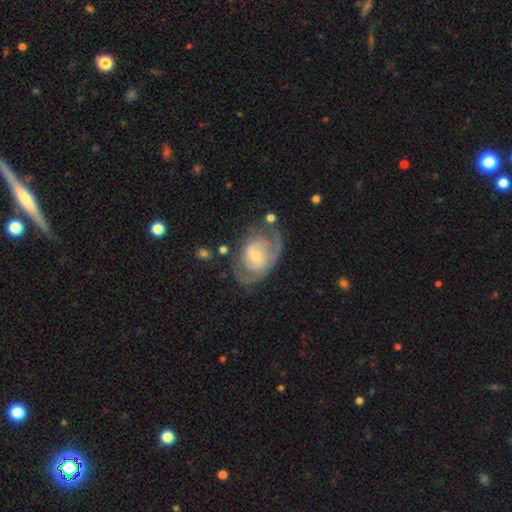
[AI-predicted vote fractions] The model was most divided on "spiral winding": tight: 41%, medium: 40%, loose: 18%. Remaining: edge-on disk — no (96%); spiral arms — yes (80%); smooth or featured — featured or disk (73%); bar — no (54%); merging — none (50%); bulge size — small (50%); spiral arm count — 2 (49%).